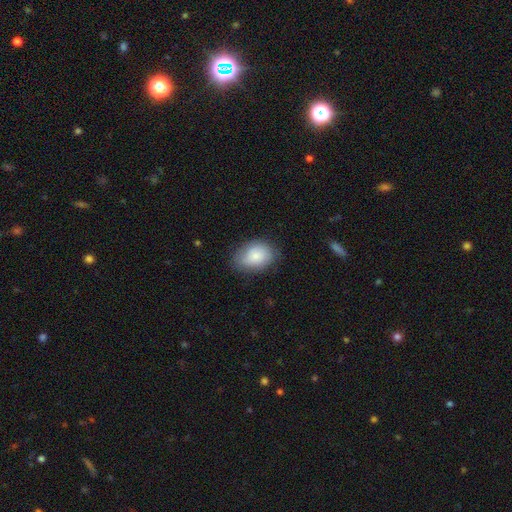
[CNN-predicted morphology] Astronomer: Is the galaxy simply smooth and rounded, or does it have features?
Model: smooth — 81%.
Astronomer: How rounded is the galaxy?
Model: in between — 76%.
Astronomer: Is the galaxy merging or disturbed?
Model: none — 75%.